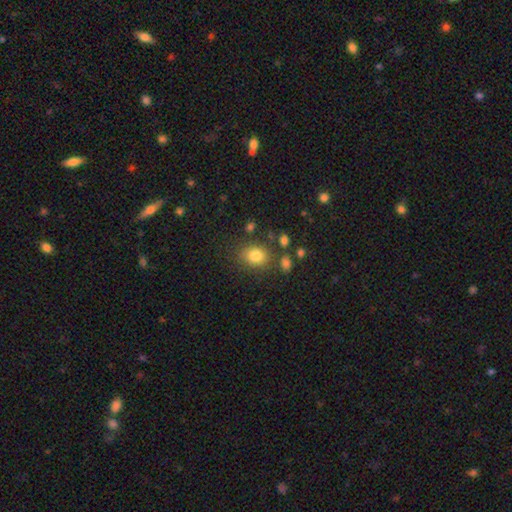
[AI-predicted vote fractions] Smooth or featured?
  - smooth: 81% *
  - star or artifact: 12%
  - featured or disk: 8%
How rounded?
  - round: 53% *
  - in between: 46%
  - cigar-shaped: 1%
Merging?
  - none: 76% *
  - minor disturbance: 13%
  - merger: 6%
  - major disturbance: 5%